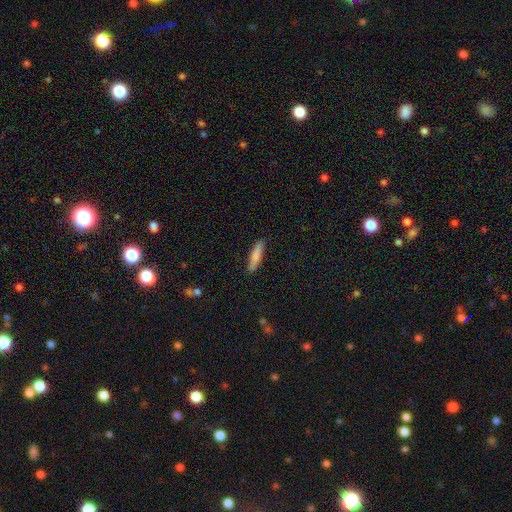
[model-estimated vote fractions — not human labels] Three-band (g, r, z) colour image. It shows a smooth galaxy with no disk features (82%) that is cigar-shaped (81%). Merging: none (86%).